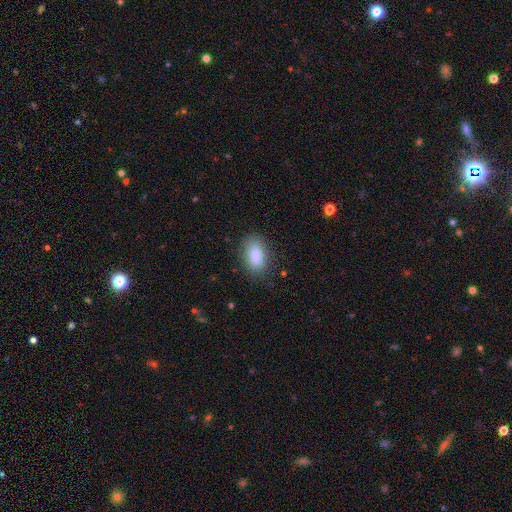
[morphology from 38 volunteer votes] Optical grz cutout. It shows a smooth galaxy with no disk features (84%) that is in between round and cigar-shaped (97%). Merging: none (81%).